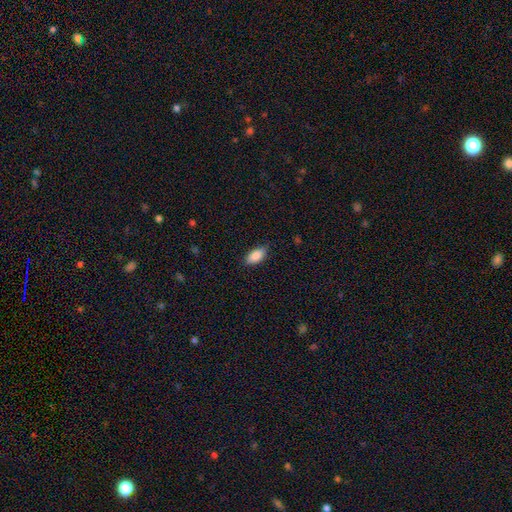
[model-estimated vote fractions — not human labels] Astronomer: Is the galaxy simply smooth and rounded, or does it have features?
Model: smooth — 87%.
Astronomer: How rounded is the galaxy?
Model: in between — 91%.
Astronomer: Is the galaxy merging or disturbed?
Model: none — 78%.